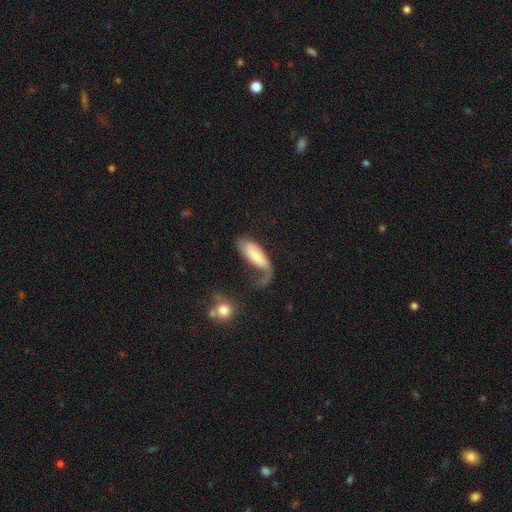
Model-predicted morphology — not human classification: type=smooth (56%); roundness=in between (74%); merging=major disturbance (44%).